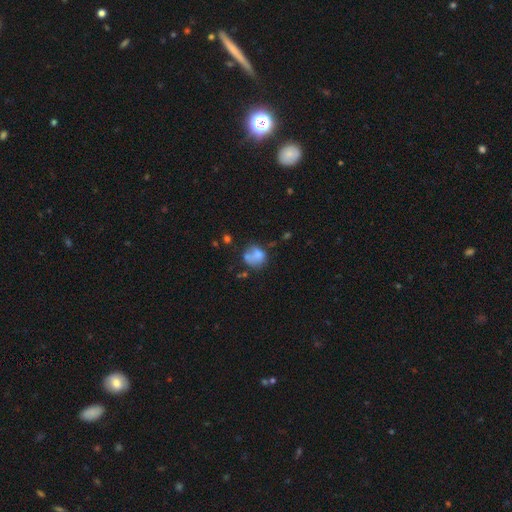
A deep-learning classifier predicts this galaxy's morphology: The model was most divided on "merging": none: 35%, merger: 26%, minor disturbance: 21%, major disturbance: 17%. More confident: smooth or featured — smooth (66%); how rounded — round (63%).